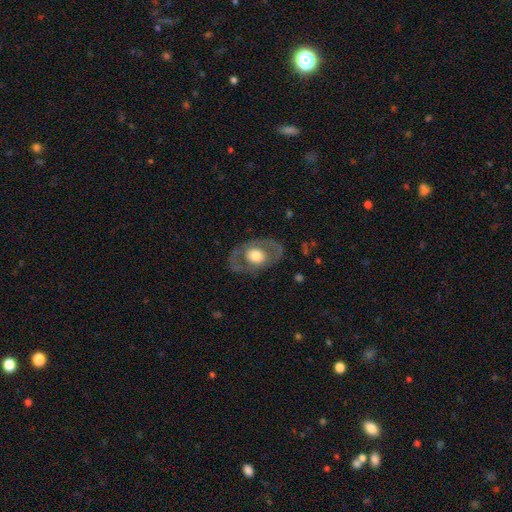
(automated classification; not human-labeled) Smooth or featured? Predicted: featured or disk (p=0.52). Edge-on disk? Predicted: no (p=0.91). Merging? Predicted: none (p=0.76).